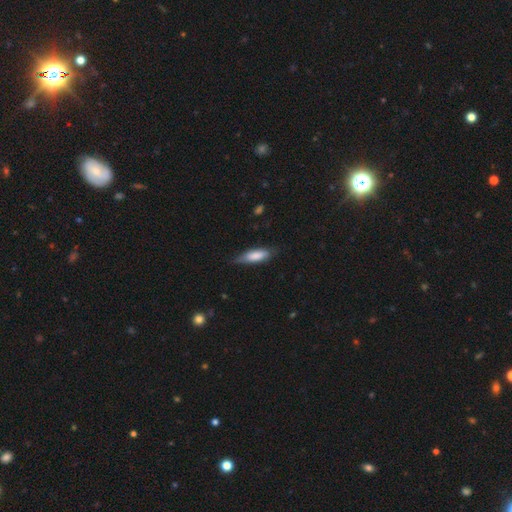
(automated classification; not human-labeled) smooth-or-featured: smooth: 77% | featured or disk: 17% | star or artifact: 6%
  how-rounded: in between: 56% | cigar-shaped: 42% | round: 2%
  merging: none: 66% | minor disturbance: 27% | major disturbance: 5% | merger: 1%